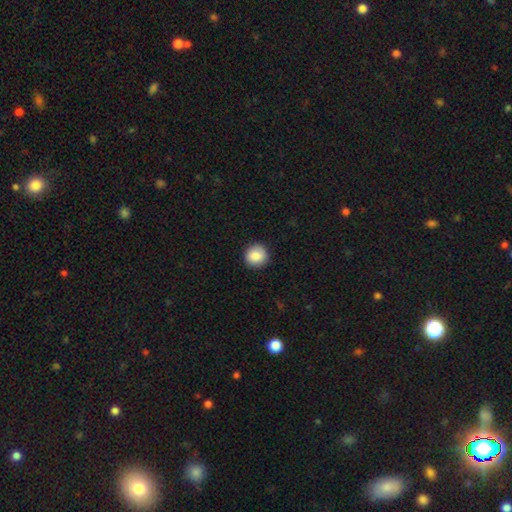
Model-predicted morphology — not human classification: This is clearly a smooth galaxy (87%). How rounded: clearly round (90%). Merging: clearly none (89%).